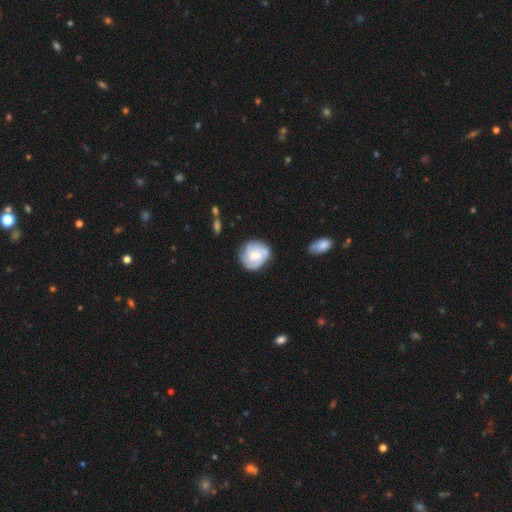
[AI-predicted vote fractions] A featured or disk galaxy (54%) with no bar (63%), spiral arms (80%) and a moderate central bulge (49%).

Vote fractions:
- Smooth or featured? featured or disk: 54% / smooth: 39% / star or artifact: 7%
- Edge-on disk? no: 98% / yes: 2%
- Bar? no: 63% / weak: 32% / strong: 5%
- Spiral arms? yes: 80% / no: 20%
- Bulge size? moderate: 49% / small: 30% / large: 10% / none: 8% / dominant: 2%
- Merging? none: 68% / minor disturbance: 21% / major disturbance: 7% / merger: 3%